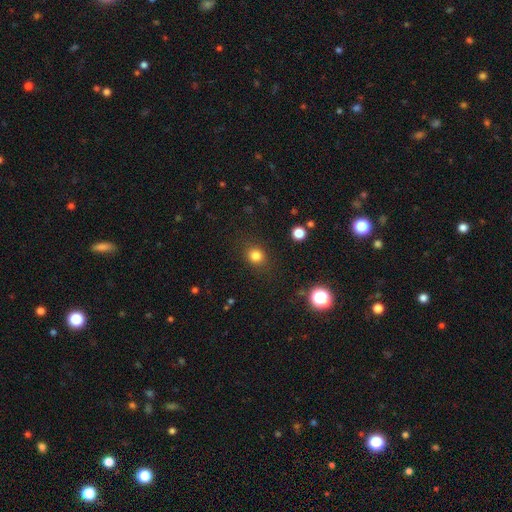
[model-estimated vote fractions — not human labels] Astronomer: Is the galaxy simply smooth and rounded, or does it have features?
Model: smooth — 81%.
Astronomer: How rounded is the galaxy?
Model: round — 79%.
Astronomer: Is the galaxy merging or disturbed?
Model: none — 86%.